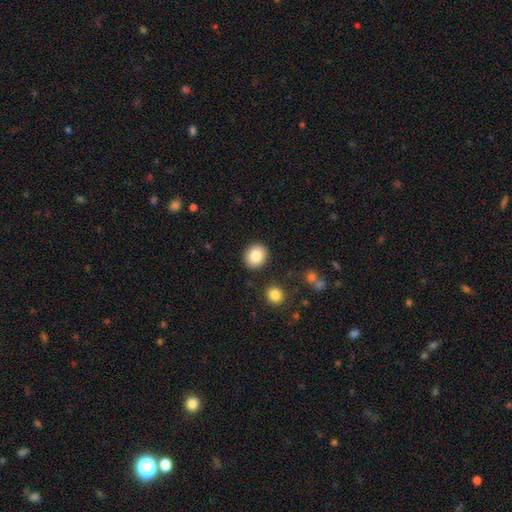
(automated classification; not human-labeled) Morphology: type=smooth (84%); roundness=round (69%); merging=none (89%).